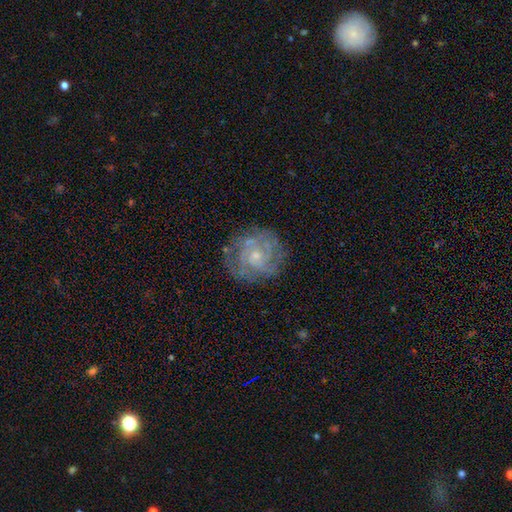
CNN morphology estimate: Smooth or featured? Predicted: featured or disk (p=0.80). Edge-on disk? Predicted: no (p=0.98). Bar? Predicted: no (p=0.74). Spiral arms? Predicted: yes (p=0.91). Spiral winding? Predicted: tight (p=0.63). Spiral arm count? Predicted: can't tell (p=0.33). Bulge size? Predicted: small (p=0.67). Merging? Predicted: none (p=0.75).